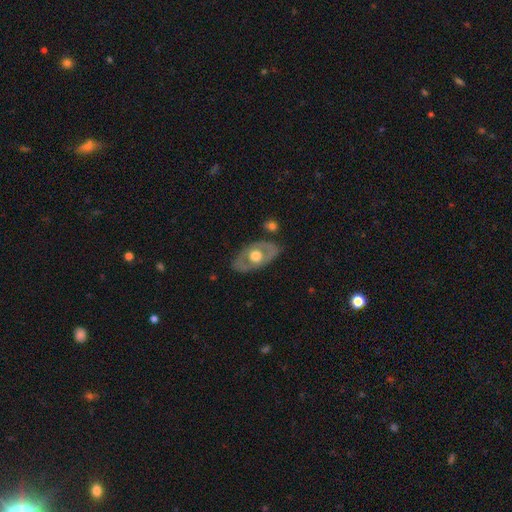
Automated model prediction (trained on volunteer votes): This appears to be a featured or disk galaxy (59%) with no bar (90%), no spiral arms (87%) and a moderate central bulge (56%). Merging: none (79%).